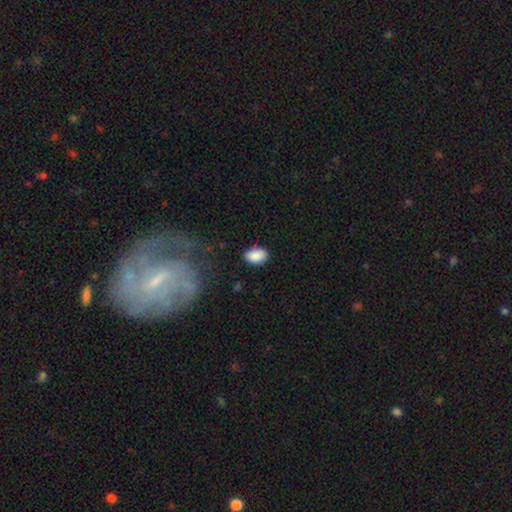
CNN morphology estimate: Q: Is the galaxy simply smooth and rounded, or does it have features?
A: smooth — 89%.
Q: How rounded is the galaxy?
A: in between — 90%.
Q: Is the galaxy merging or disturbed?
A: none — 82%.